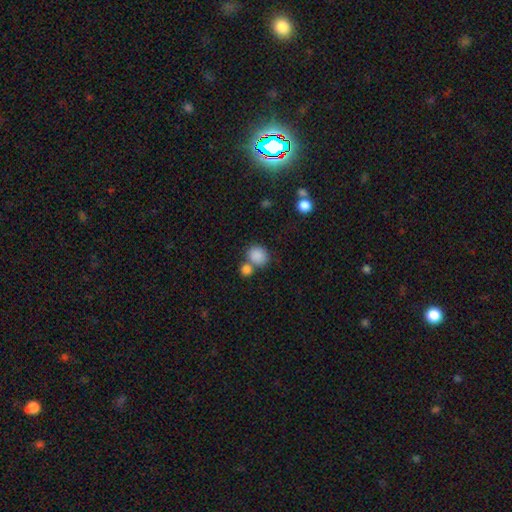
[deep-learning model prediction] The model was most divided on "merging": none: 50%, merger: 36%, minor disturbance: 10%, major disturbance: 4%. More confident: smooth or featured — smooth (85%); how rounded — round (70%).